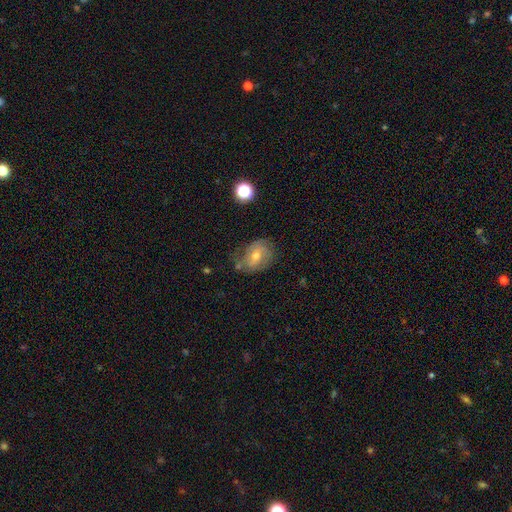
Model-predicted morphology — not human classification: type=featured or disk (55%); edge-on=no (95%); bar=weak (44%); spiral arms=yes (76%); bulge=moderate (64%); merging=none (58%).